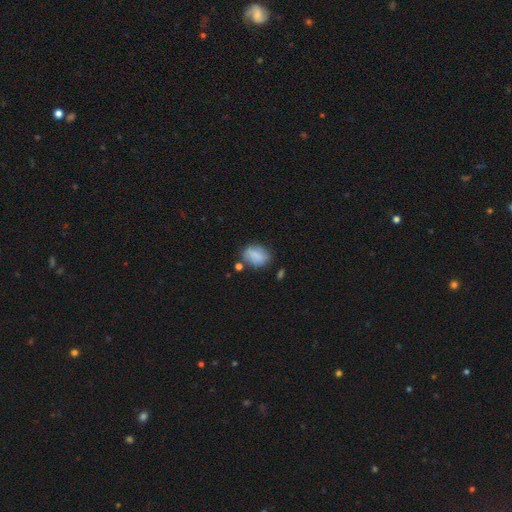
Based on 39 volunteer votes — Morphology: type=smooth (72%); roundness=in between (71%); merging=none (60%).